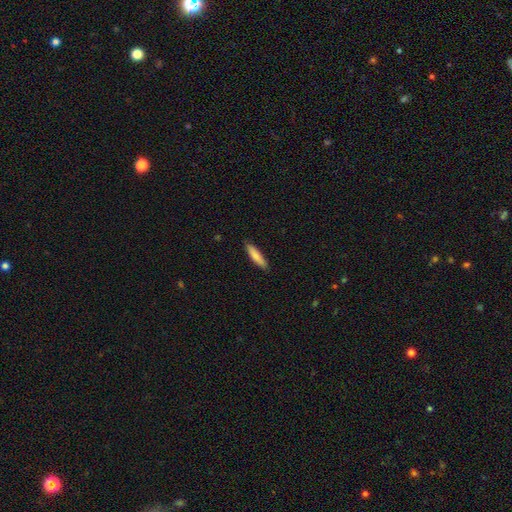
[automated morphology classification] smooth 80%, featured or disk 14%, star or artifact 6%. Down the decision tree: how rounded — cigar-shaped (78%); merging — none (89%).